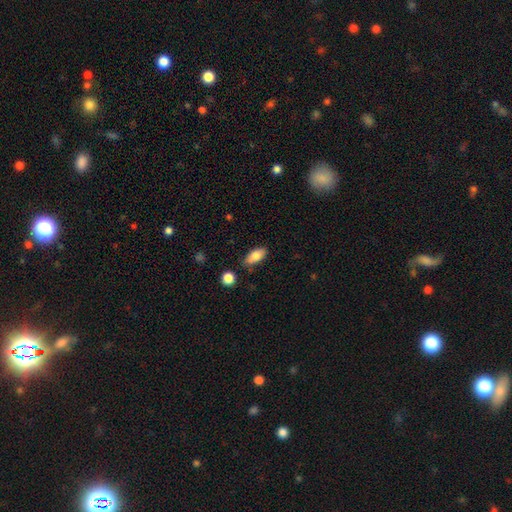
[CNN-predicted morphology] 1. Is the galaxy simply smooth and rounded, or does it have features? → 79% smooth, 14% featured or disk, 7% star or artifact.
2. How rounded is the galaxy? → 85% in between, 12% cigar-shaped, 3% round.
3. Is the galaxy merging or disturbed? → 78% none, 15% minor disturbance, 4% merger, 3% major disturbance.